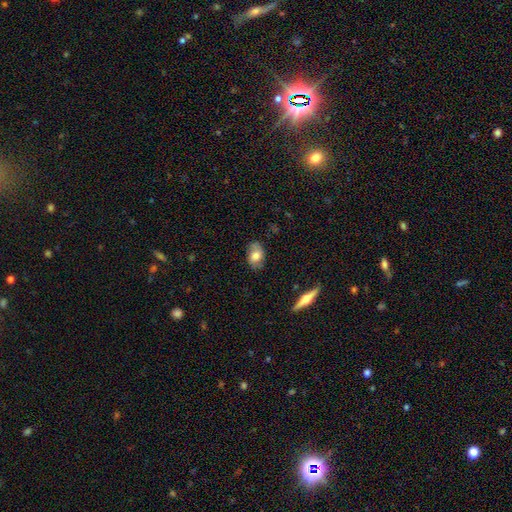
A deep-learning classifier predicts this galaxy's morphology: Smooth or featured?
  - smooth: 68% *
  - featured or disk: 24%
  - star or artifact: 8%
How rounded?
  - in between: 82% *
  - round: 16%
  - cigar-shaped: 2%
Merging?
  - none: 75% *
  - minor disturbance: 20%
  - major disturbance: 4%
  - merger: 1%